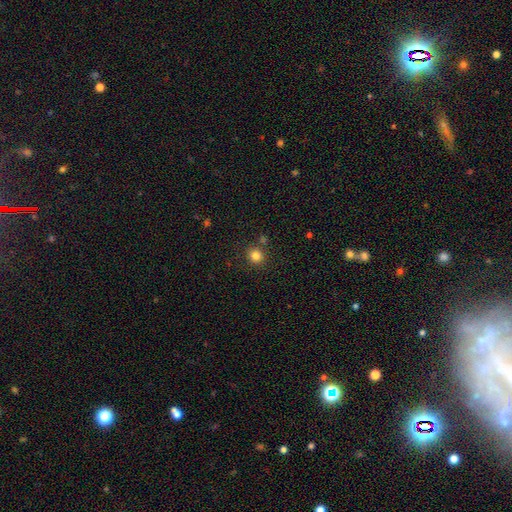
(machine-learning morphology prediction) Overall: smooth (82%). How rounded: round (88%). Merging: none (82%).